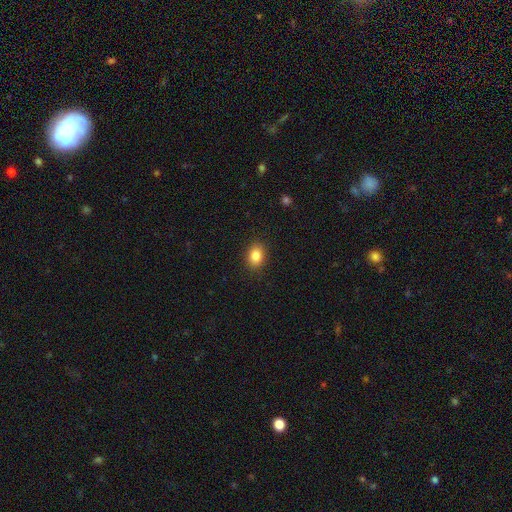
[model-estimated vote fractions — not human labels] This appears to be a smooth galaxy with no disk features (85%) that is in between round and cigar-shaped (69%). Merging: none (89%).